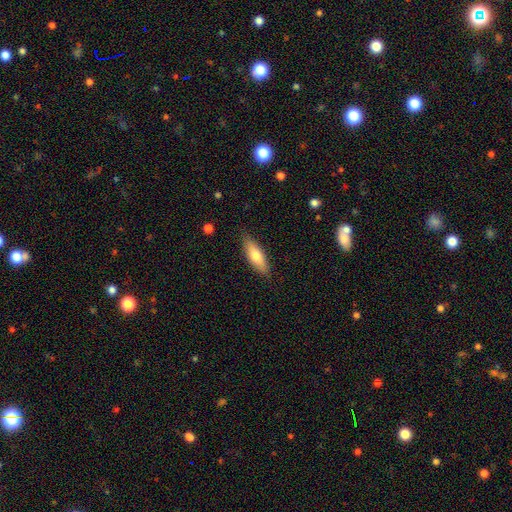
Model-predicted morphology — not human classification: type=smooth (68%); roundness=in between (53%); merging=none (85%).